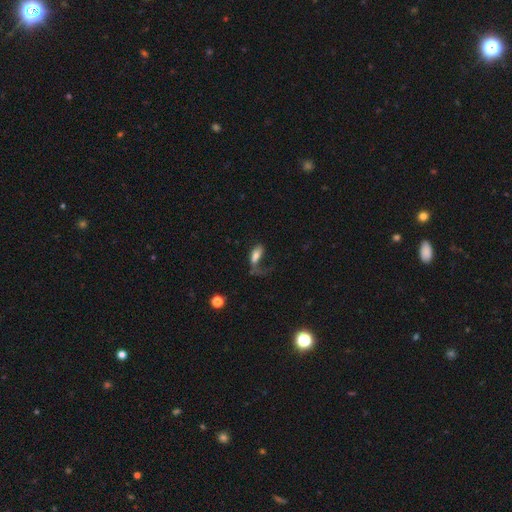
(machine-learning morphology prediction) A smooth galaxy with no disk features (64%) that is in between round and cigar-shaped (78%). Merging: major disturbance (54%).